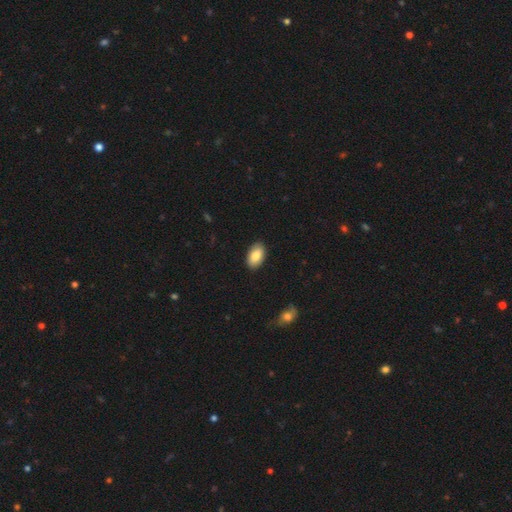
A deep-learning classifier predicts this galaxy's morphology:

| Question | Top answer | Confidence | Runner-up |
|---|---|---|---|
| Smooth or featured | smooth | 85% | featured or disk (9%) |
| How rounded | in between | 95% | round (4%) |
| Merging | none | 89% | minor disturbance (8%) |